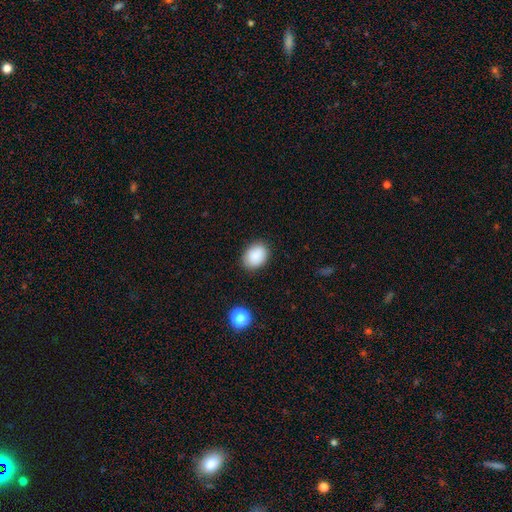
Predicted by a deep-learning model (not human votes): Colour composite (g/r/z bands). It shows a smooth galaxy with no disk features (88%) that is in between round and cigar-shaped (67%). Merging: none (86%).